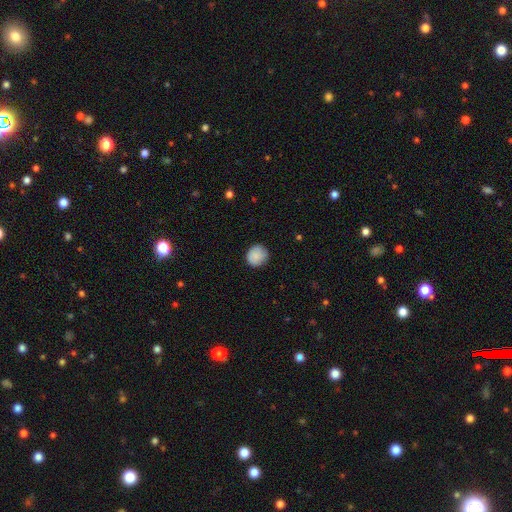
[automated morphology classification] type=smooth (86%); roundness=round (89%); merging=none (85%).